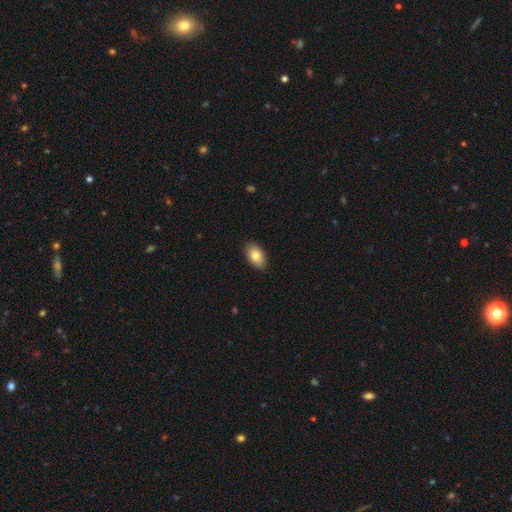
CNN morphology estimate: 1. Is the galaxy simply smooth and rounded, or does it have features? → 80% smooth, 13% featured or disk, 7% star or artifact.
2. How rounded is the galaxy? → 92% in between, 7% round, 2% cigar-shaped.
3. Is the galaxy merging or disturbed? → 88% none, 9% minor disturbance, 2% major disturbance, 1% merger.